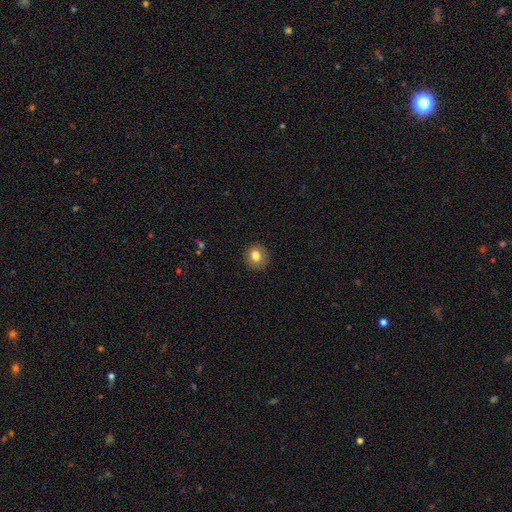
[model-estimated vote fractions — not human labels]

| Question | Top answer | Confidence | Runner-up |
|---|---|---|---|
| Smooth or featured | smooth | 82% | star or artifact (10%) |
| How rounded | round | 78% | in between (21%) |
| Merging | none | 88% | minor disturbance (9%) |